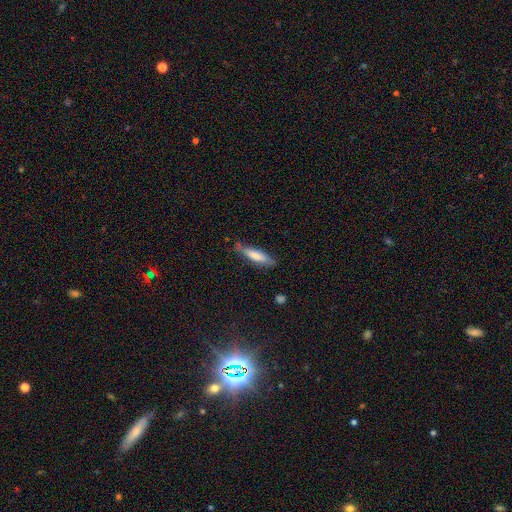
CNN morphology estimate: A smooth galaxy with no disk features (72%) that is cigar-shaped (73%). Merging: none (71%).